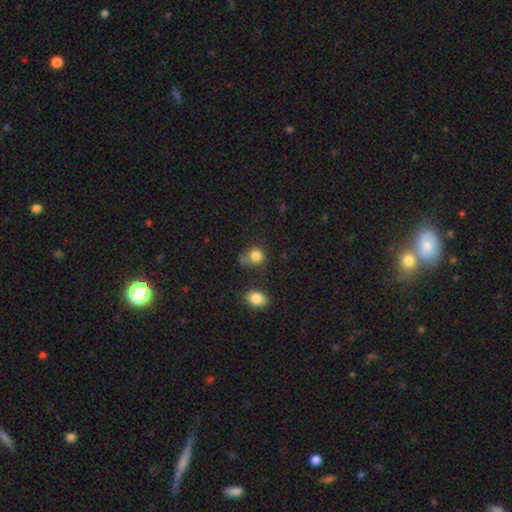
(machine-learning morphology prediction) A smooth galaxy with no disk features (82%) that is round (72%).

Vote fractions:
- Smooth or featured? smooth: 82% / star or artifact: 11% / featured or disk: 7%
- How rounded? round: 72% / in between: 26% / cigar-shaped: 1%
- Merging? none: 48% / minor disturbance: 23% / merger: 17% / major disturbance: 13%